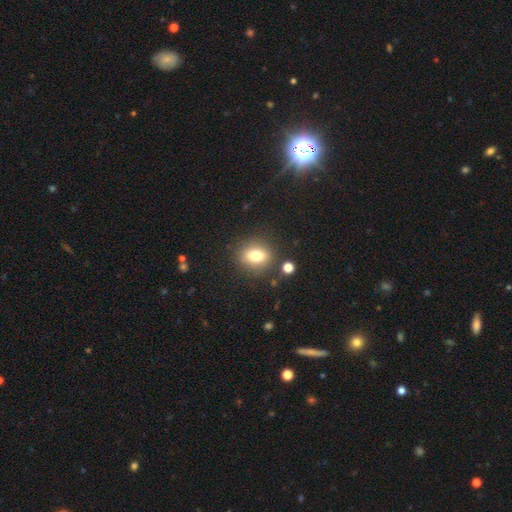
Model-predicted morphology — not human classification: Q: Smooth or featured?
A: smooth (78%); runner-up: star or artifact (11%)
Q: How rounded?
A: in between (49%); tied with: round (49%)
Q: Merging?
A: none (83%); runner-up: minor disturbance (10%)